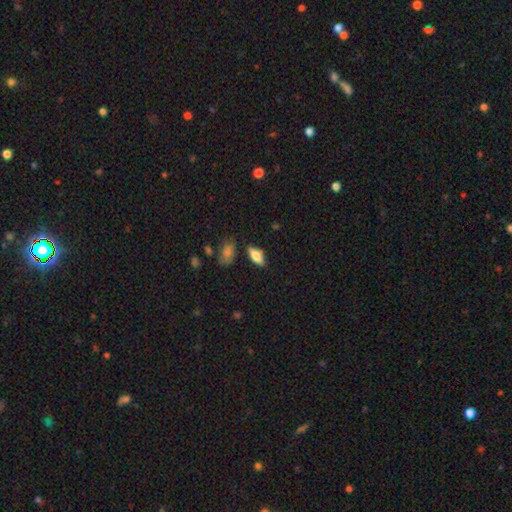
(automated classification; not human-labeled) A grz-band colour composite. It shows a smooth galaxy with no disk features (69%) that is in between round and cigar-shaped (74%). Merging: none (78%).